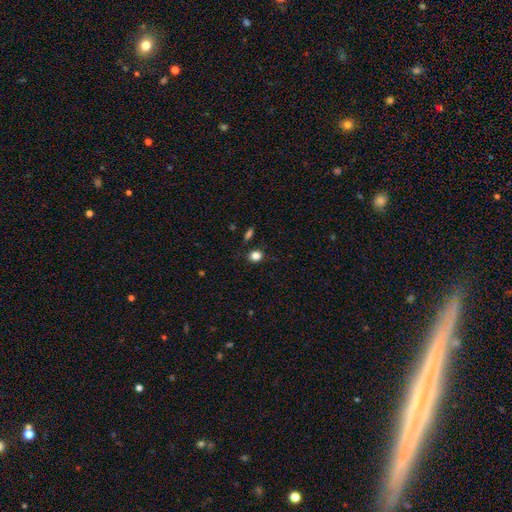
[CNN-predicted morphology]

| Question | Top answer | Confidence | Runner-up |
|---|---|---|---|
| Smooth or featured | smooth | 83% | star or artifact (12%) |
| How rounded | round | 67% | in between (31%) |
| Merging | none | 84% | minor disturbance (10%) |